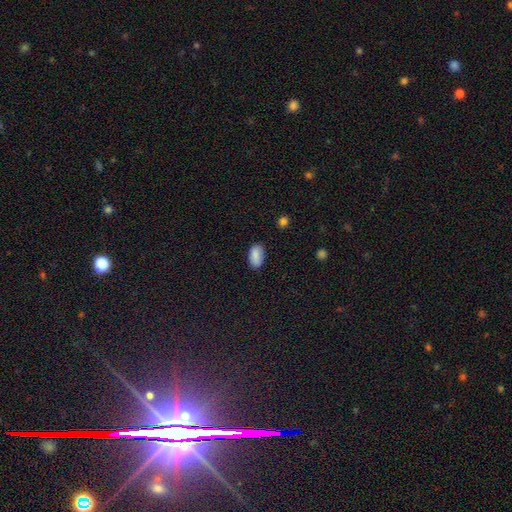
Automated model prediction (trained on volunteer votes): smooth 88%, star or artifact 8%, featured or disk 5%. Down the decision tree: how rounded — in between (94%); merging — none (83%).